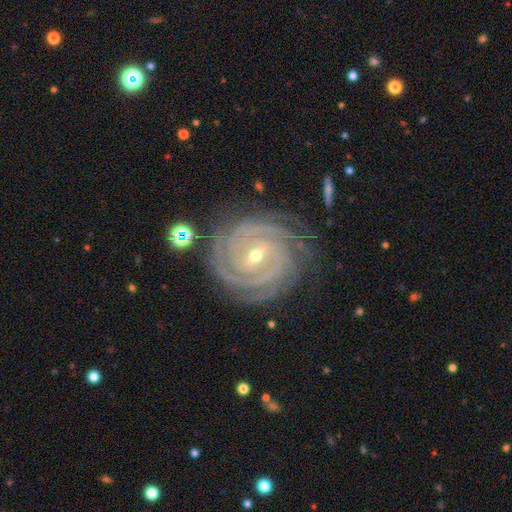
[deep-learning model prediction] Smooth or featured: featured or disk — 93% (star or artifact — 4%)
Edge-on disk: no — 97% (yes — 3%)
Bar: weak — 47% (strong — 34%)
Spiral arms: yes — 99% (no — 1%)
Spiral winding: tight — 86% (medium — 12%)
Spiral arm count: 4 — 34% (3 — 27%)
Bulge size: small — 60% (moderate — 38%)
Merging: none — 80% (minor disturbance — 15%)